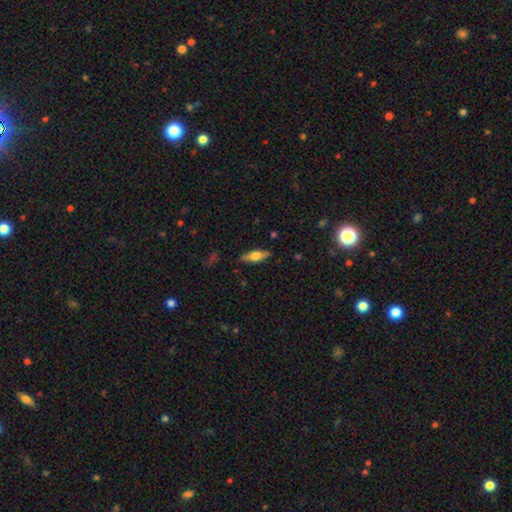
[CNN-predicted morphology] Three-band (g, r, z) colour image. It shows a smooth galaxy with no disk features (59%) that is in between round and cigar-shaped (61%). Merging: none (84%).